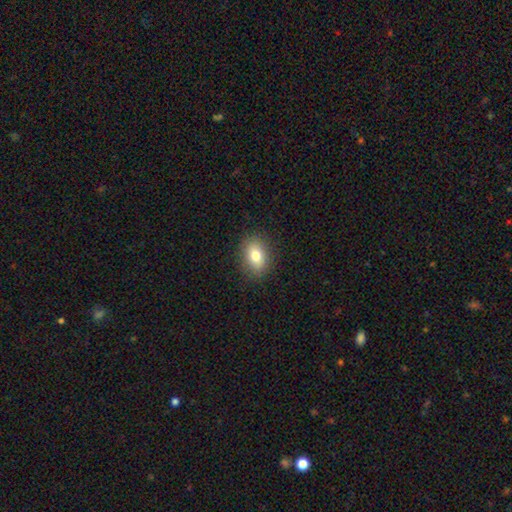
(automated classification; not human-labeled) Overall: smooth (79%). How rounded: in between (73%). Merging: none (87%).